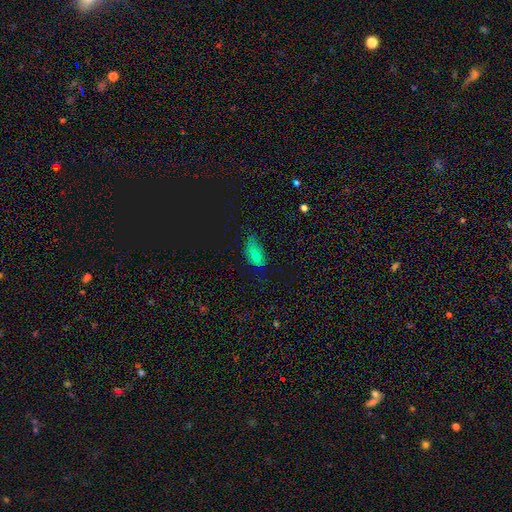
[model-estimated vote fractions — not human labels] This appears to be a smooth galaxy with no disk features (68%) that is in between round and cigar-shaped (88%). Merging: none (39%).